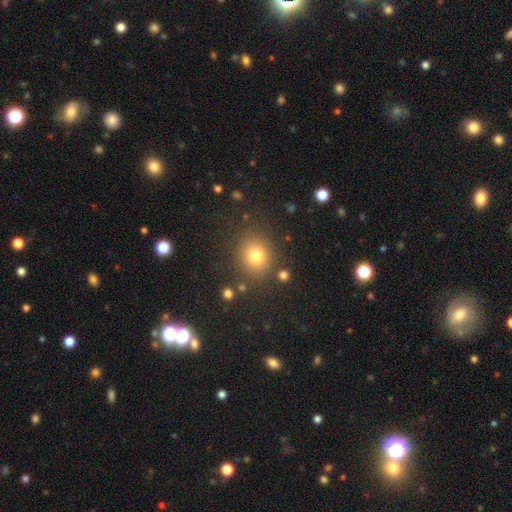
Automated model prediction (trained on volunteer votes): Q: Smooth or featured?
A: smooth (77%); runner-up: star or artifact (15%)
Q: How rounded?
A: round (81%); runner-up: in between (18%)
Q: Merging?
A: none (83%); runner-up: minor disturbance (9%)